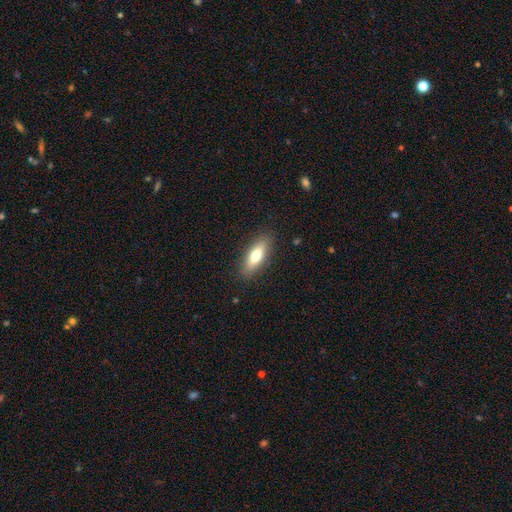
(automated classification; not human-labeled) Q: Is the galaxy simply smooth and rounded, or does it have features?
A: smooth — 67%.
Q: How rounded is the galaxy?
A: in between — 58%.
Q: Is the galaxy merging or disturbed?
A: none — 88%.